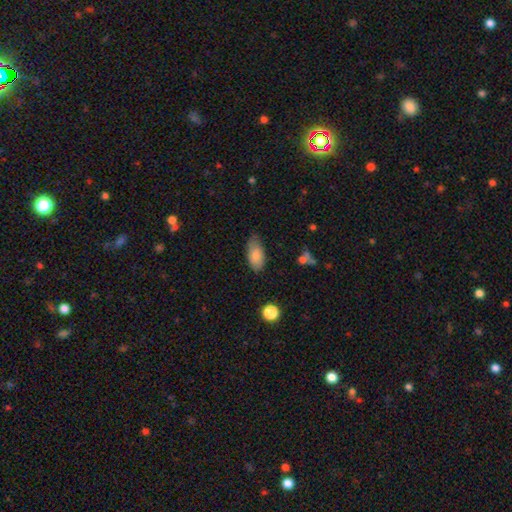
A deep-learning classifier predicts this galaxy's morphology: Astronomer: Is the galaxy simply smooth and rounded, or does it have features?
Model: smooth — 82%.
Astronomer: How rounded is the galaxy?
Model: in between — 90%.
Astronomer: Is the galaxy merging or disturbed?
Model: none — 65%.